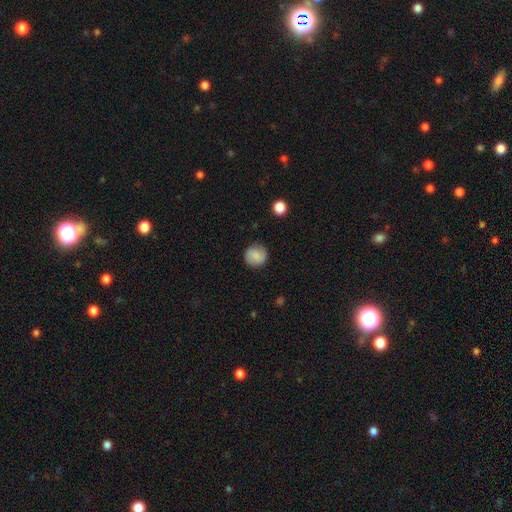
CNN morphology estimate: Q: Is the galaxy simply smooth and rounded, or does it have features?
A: smooth — 79%.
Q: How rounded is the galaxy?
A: round — 91%.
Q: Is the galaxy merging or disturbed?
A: none — 85%.